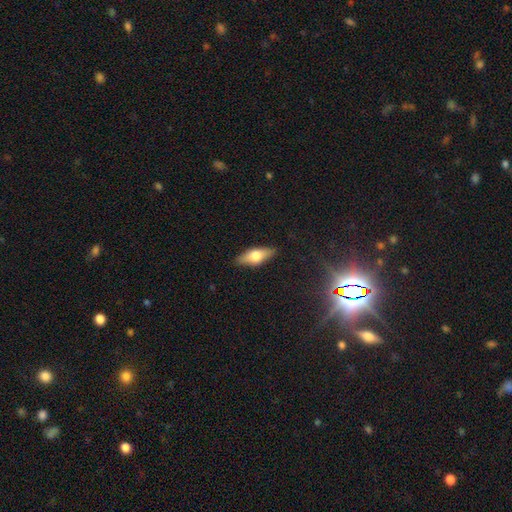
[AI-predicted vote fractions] smooth-or-featured: smooth: 57% | featured or disk: 36% | star or artifact: 7%
  how-rounded: in between: 68% | cigar-shaped: 29% | round: 3%
  merging: none: 87% | minor disturbance: 10% | major disturbance: 2% | merger: 1%